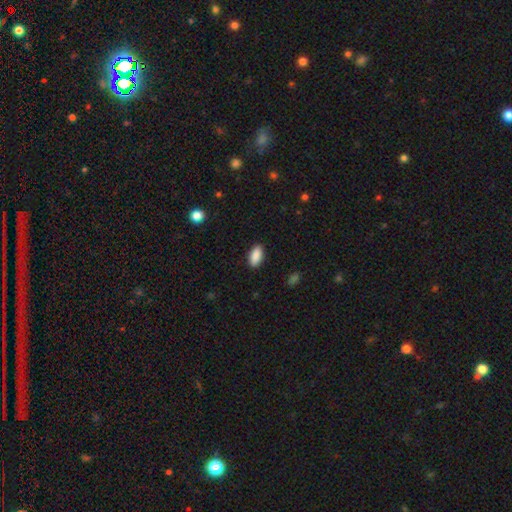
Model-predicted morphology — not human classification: Q: Smooth or featured?
A: smooth (89%); runner-up: star or artifact (7%)
Q: How rounded?
A: in between (89%); runner-up: cigar-shaped (8%)
Q: Merging?
A: none (89%); runner-up: minor disturbance (8%)